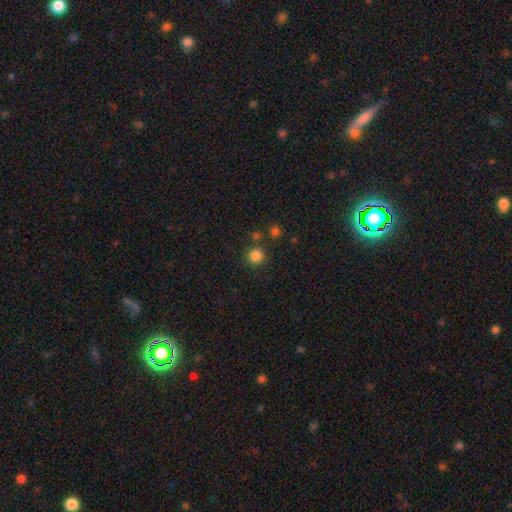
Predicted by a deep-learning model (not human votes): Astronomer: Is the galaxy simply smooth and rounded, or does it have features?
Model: smooth — 84%.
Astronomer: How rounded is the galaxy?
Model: round — 94%.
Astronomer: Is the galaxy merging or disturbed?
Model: none — 83%.